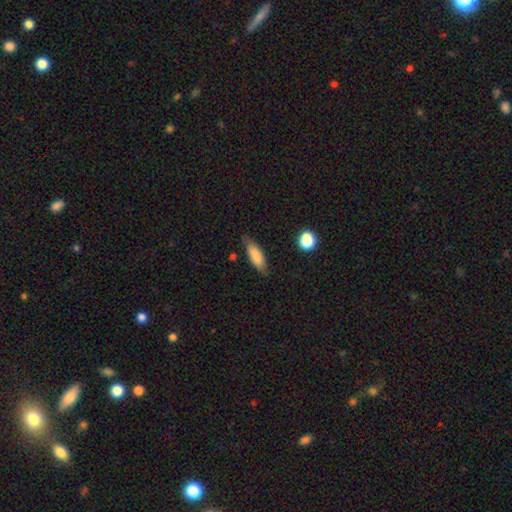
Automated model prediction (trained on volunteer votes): Q: Smooth or featured?
A: smooth (82%); runner-up: featured or disk (12%)
Q: How rounded?
A: in between (59%); runner-up: cigar-shaped (39%)
Q: Merging?
A: none (77%); runner-up: minor disturbance (17%)